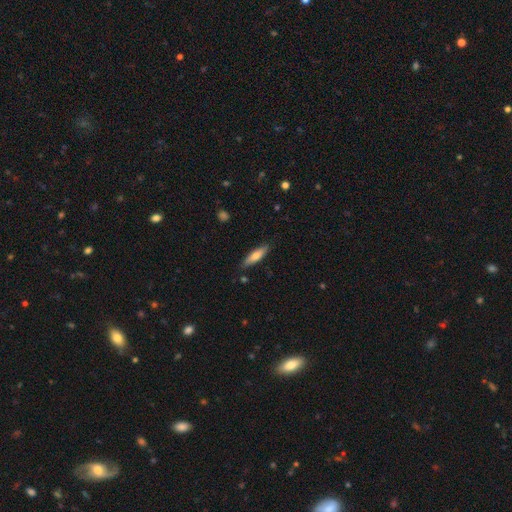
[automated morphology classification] This appears to be a smooth galaxy with no disk features (65%) that is cigar-shaped (71%). Merging: none (84%).